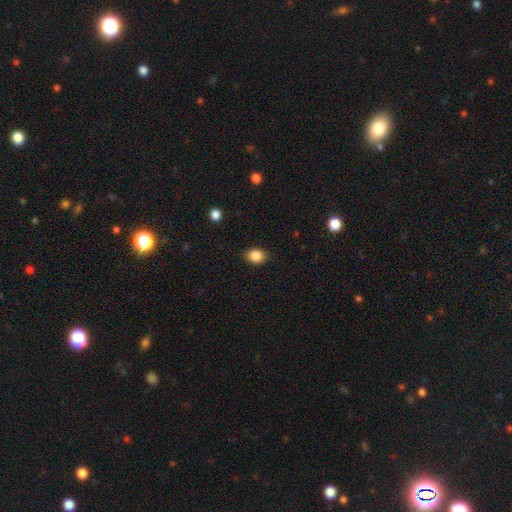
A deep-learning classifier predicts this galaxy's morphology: smooth 87%, star or artifact 9%, featured or disk 4%. Down the decision tree: how rounded — in between (65%); merging — none (87%).